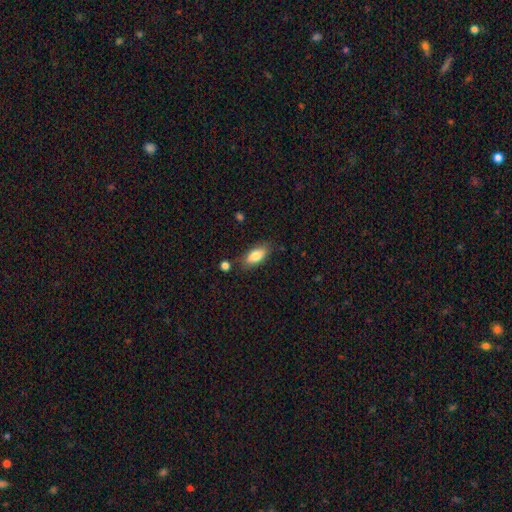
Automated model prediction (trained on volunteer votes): This appears to be a smooth galaxy with no disk features (80%) that is in between round and cigar-shaped (86%). Merging: none (77%).